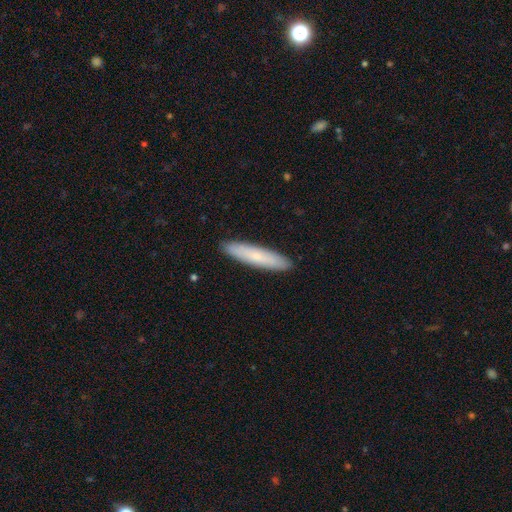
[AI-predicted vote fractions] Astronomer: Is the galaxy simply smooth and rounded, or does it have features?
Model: smooth — 69%.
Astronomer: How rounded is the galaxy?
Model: cigar-shaped — 88%.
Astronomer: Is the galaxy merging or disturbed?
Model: none — 91%.